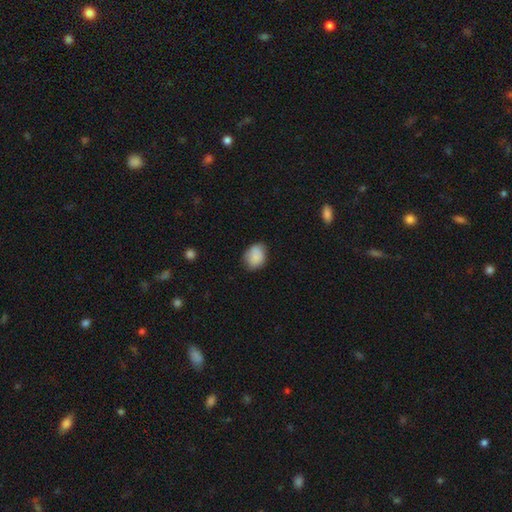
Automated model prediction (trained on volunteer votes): smooth-or-featured: smooth: 86% | star or artifact: 8% | featured or disk: 7%
  how-rounded: in between: 60% | round: 39% | cigar-shaped: 1%
  merging: none: 70% | minor disturbance: 24% | major disturbance: 5% | merger: 1%